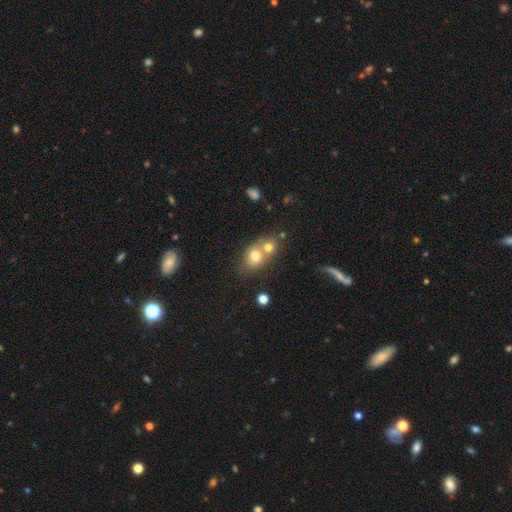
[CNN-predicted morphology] Smooth or featured: smooth — 73% (featured or disk — 15%)
How rounded: round — 57% (in between — 42%)
Merging: merger — 57% (none — 32%)